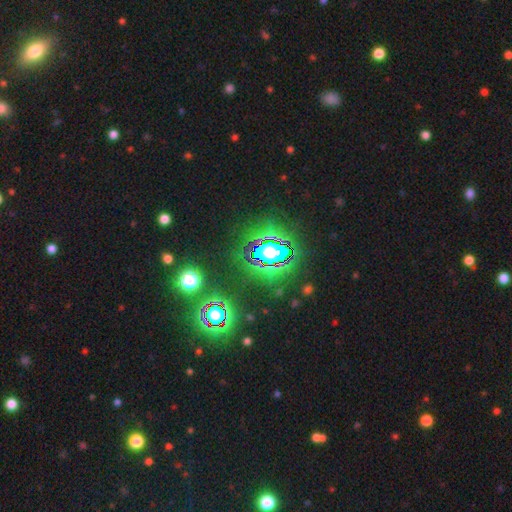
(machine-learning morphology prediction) type=star or artifact (84%).